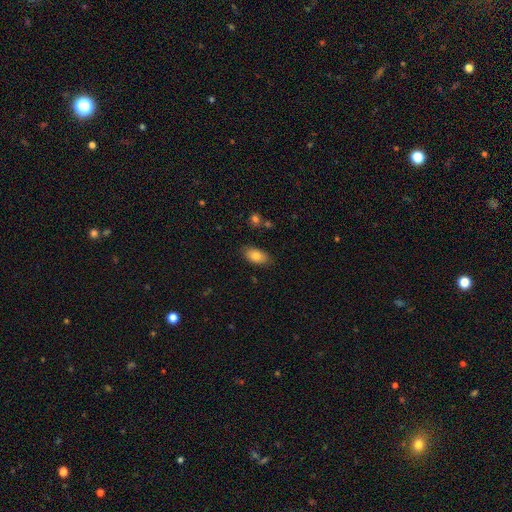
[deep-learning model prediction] smooth 82%, featured or disk 10%, star or artifact 7%. Down the decision tree: how rounded — in between (92%); merging — none (81%).